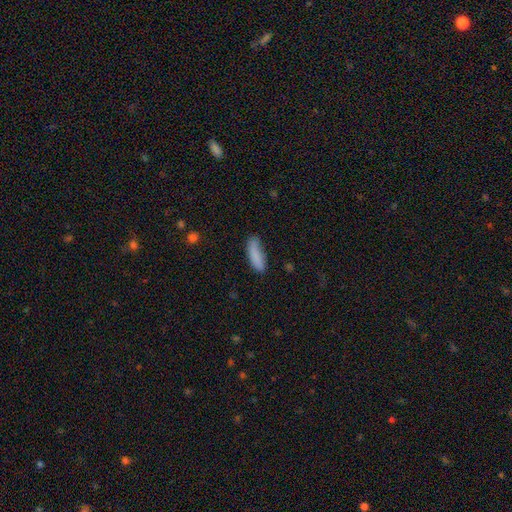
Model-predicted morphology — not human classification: Smooth or featured: smooth — 85% (featured or disk — 8%)
How rounded: cigar-shaped — 49% (tied with in between — 49%)
Merging: none — 64% (minor disturbance — 26%)